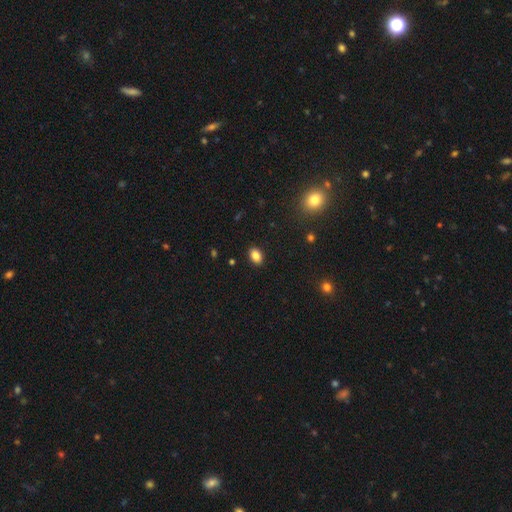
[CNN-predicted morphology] A smooth galaxy with no disk features (85%) that is in between round and cigar-shaped (79%). Merging: none (89%).